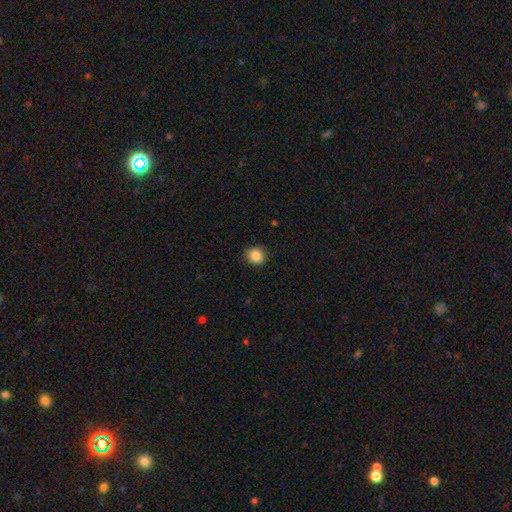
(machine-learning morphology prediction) smooth_or_featured: smooth (p=0.86) [alt: star or artifact p=0.10]
how_rounded: round (p=0.84) [alt: in between p=0.16]
merging: none (p=0.85) [alt: minor disturbance p=0.12]